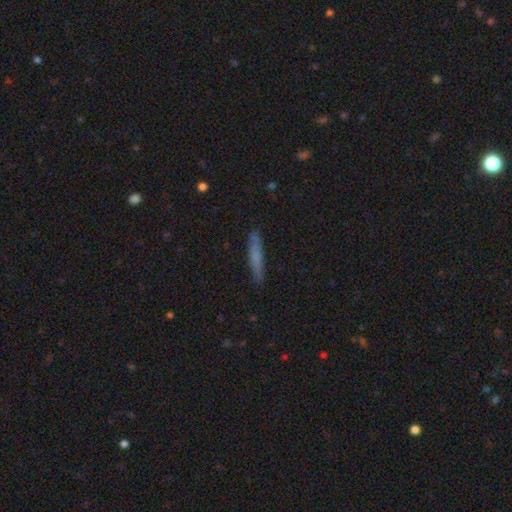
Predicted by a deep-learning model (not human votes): This is likely a smooth galaxy (64%). How rounded: clearly cigar-shaped (93%). Merging: clearly none (87%).